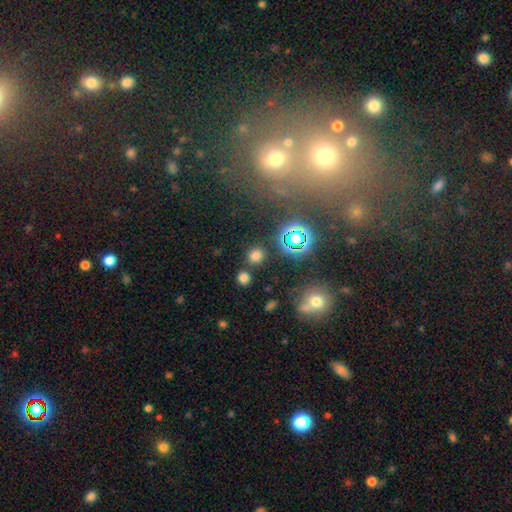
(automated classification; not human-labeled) This is likely a smooth galaxy (69%). How rounded: clearly round (85%). Merging: clearly none (82%).